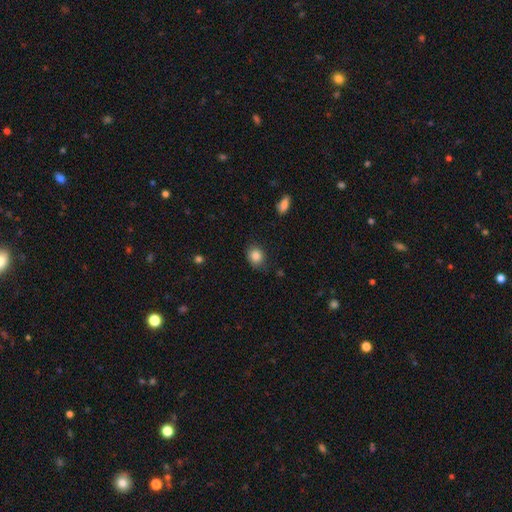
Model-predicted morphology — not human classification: smooth-or-featured: smooth: 85% | star or artifact: 10% | featured or disk: 5%
  how-rounded: round: 59% | in between: 40% | cigar-shaped: 1%
  merging: none: 80% | minor disturbance: 16% | major disturbance: 3% | merger: 1%